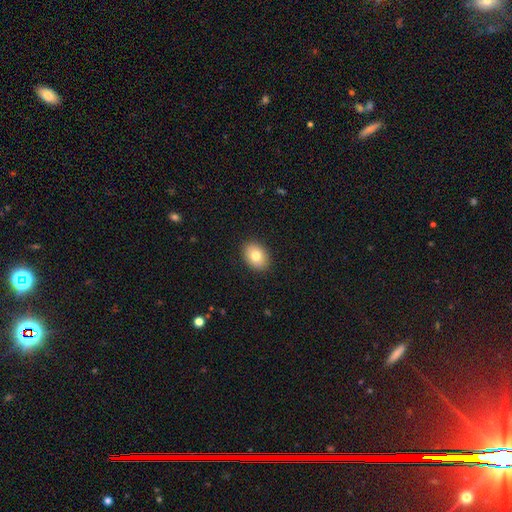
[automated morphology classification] smooth-or-featured: smooth: 78% | featured or disk: 13% | star or artifact: 8%
  how-rounded: in between: 71% | round: 28% | cigar-shaped: 1%
  merging: none: 90% | minor disturbance: 8% | major disturbance: 2% | merger: 1%